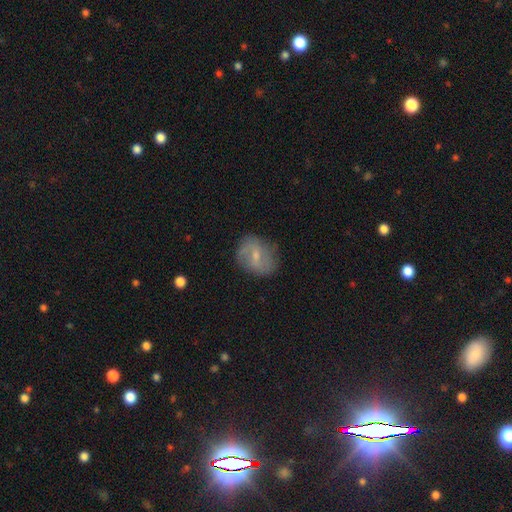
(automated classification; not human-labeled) Q: Smooth or featured?
A: featured or disk (56%); runner-up: smooth (35%)
Q: Edge-on disk?
A: no (96%); runner-up: yes (4%)
Q: Bar?
A: weak (54%); runner-up: no (25%)
Q: Spiral arms?
A: yes (75%); runner-up: no (25%)
Q: Bulge size?
A: small (59%); runner-up: moderate (31%)
Q: Merging?
A: none (73%); runner-up: minor disturbance (19%)